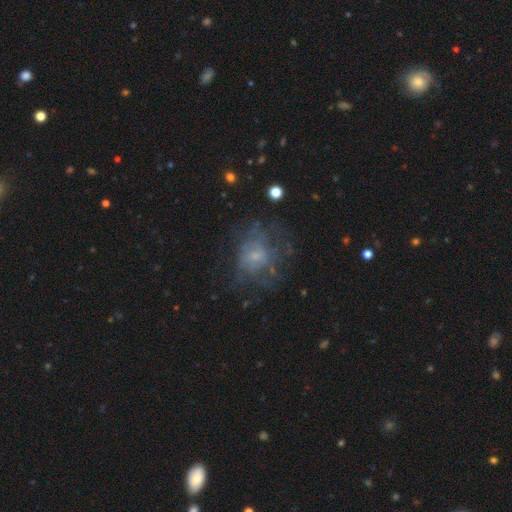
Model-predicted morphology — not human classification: smooth-or-featured: featured or disk: 48% | smooth: 36% | star or artifact: 17%
  merging: none: 53% | major disturbance: 24% | minor disturbance: 21% | merger: 2%